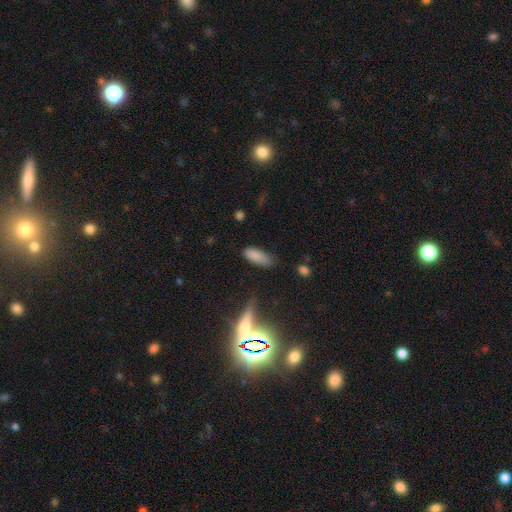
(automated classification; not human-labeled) The model was most divided on "merging": none: 68%, minor disturbance: 24%, major disturbance: 6%, merger: 3%. More confident: smooth or featured — smooth (84%); how rounded — in between (77%).